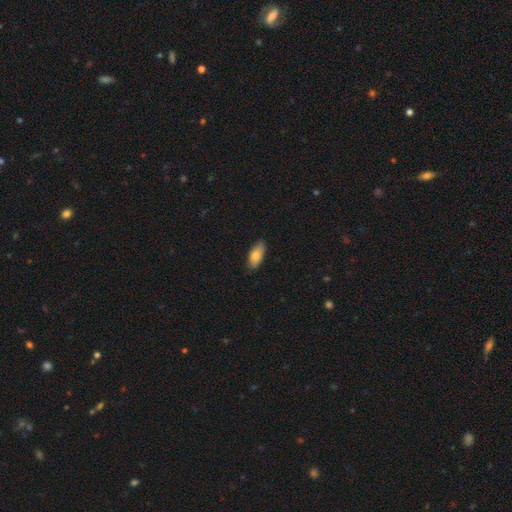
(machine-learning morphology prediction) A smooth galaxy with no disk features (79%) that is in between round and cigar-shaped (87%).

Vote fractions:
- Smooth or featured? smooth: 79% / featured or disk: 14% / star or artifact: 6%
- How rounded? in between: 87% / cigar-shaped: 11% / round: 2%
- Merging? none: 84% / minor disturbance: 13% / major disturbance: 2% / merger: 1%